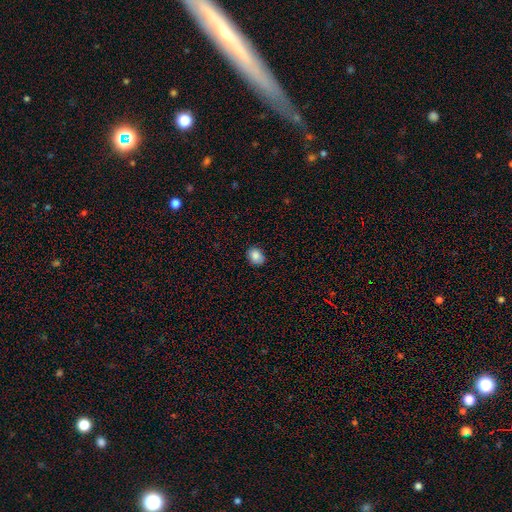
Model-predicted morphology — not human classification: A smooth galaxy with no disk features (86%) that is round (53%).

Vote fractions:
- Smooth or featured? smooth: 86% / star or artifact: 9% / featured or disk: 5%
- How rounded? round: 53% / in between: 46% / cigar-shaped: 1%
- Merging? none: 85% / minor disturbance: 12% / major disturbance: 2% / merger: 1%